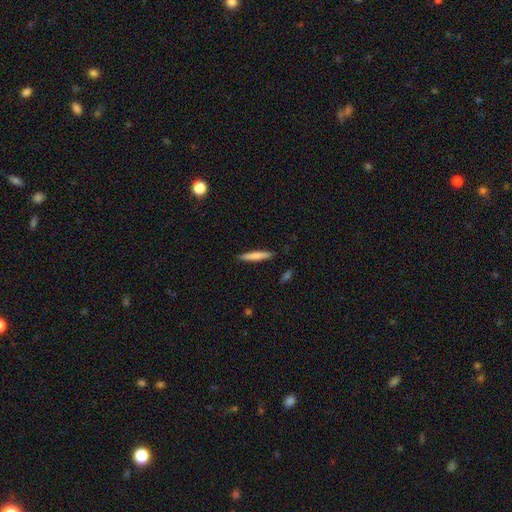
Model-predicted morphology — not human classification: This is likely a smooth galaxy (75%). How rounded: clearly cigar-shaped (93%). Merging: clearly none (89%).